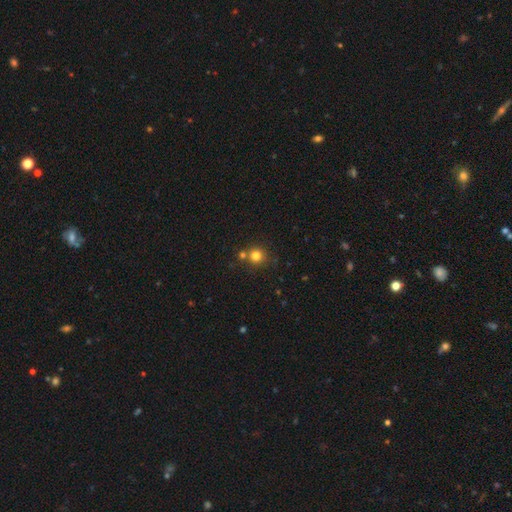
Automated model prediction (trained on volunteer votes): Overall: smooth (80%). How rounded: round (92%). Merging: none (70%).